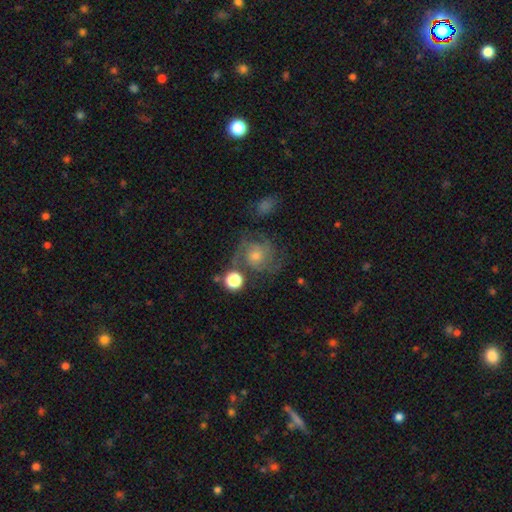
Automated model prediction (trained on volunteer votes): Morphology: type=featured or disk (76%); edge-on=no (98%); bar=no (73%); spiral arms=yes (95%); winding=tight (45%); arm count=3 (34%); bulge=small (47%); merging=none (66%).